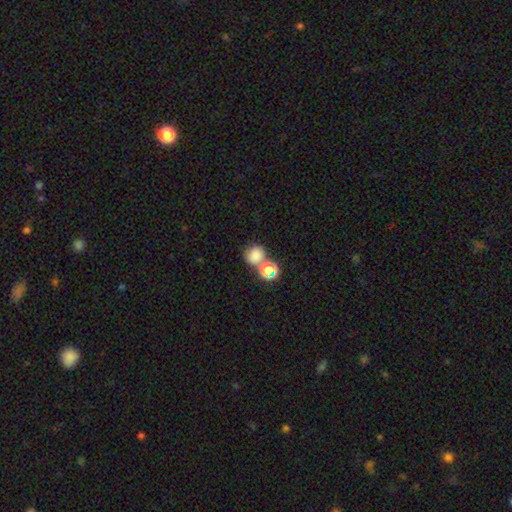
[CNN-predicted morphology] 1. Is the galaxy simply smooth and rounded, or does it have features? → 78% smooth, 14% star or artifact, 7% featured or disk.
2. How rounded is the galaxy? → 80% round, 19% in between, 1% cigar-shaped.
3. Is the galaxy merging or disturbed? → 50% none, 35% merger, 10% minor disturbance, 5% major disturbance.